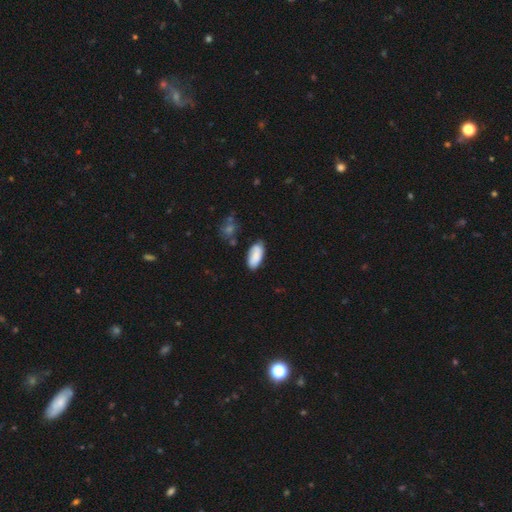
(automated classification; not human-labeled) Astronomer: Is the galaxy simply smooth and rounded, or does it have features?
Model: smooth — 82%.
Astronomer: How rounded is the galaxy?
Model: in between — 91%.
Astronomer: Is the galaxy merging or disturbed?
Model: none — 74%.